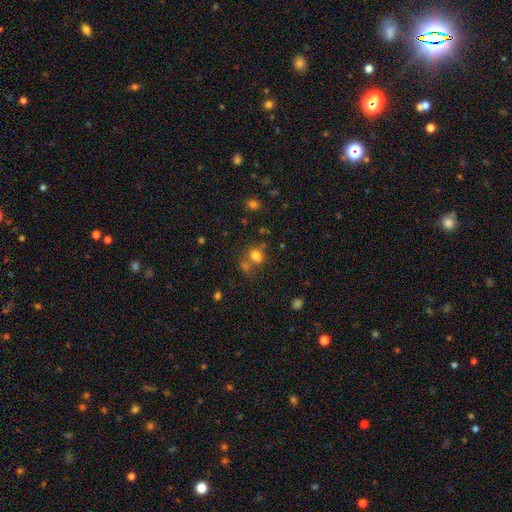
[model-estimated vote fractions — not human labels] smooth-or-featured: smooth: 75% | star or artifact: 15% | featured or disk: 10%
  how-rounded: round: 57% | in between: 42% | cigar-shaped: 1%
  merging: none: 51% | merger: 27% | minor disturbance: 15% | major disturbance: 8%